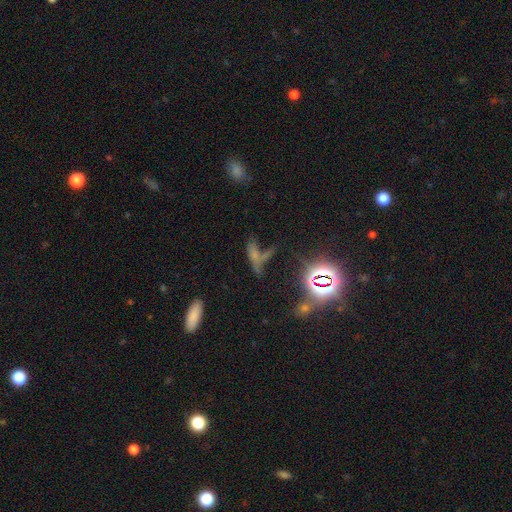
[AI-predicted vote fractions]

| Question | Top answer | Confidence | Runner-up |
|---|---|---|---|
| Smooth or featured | smooth | 44% | star or artifact (35%) |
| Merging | none | 36% | merger (33%) |